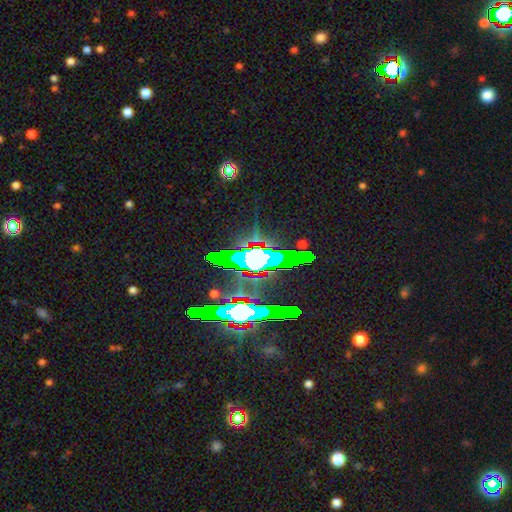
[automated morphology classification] type=star or artifact (58%).